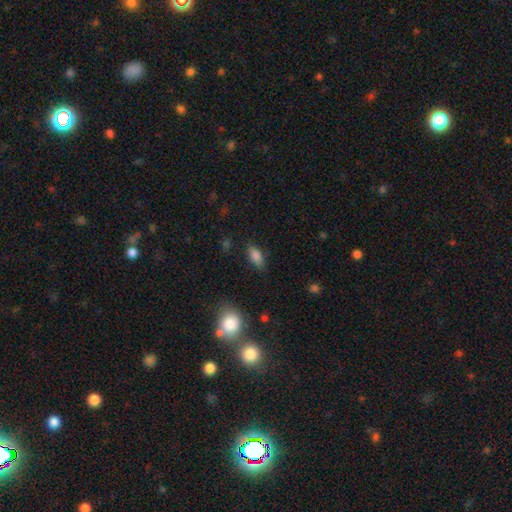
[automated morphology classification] This appears to be a smooth galaxy with no disk features (82%) that is in between round and cigar-shaped (85%). Merging: none (80%).